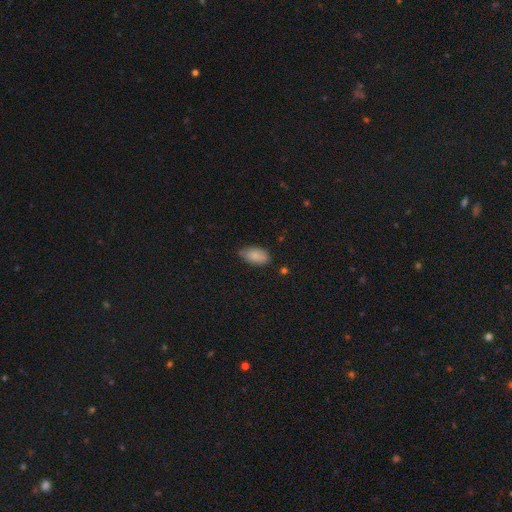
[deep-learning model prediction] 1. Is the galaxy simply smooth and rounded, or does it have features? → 86% smooth, 7% star or artifact, 7% featured or disk.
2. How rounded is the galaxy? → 94% in between, 3% round, 3% cigar-shaped.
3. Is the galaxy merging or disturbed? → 72% none, 22% minor disturbance, 4% major disturbance, 2% merger.